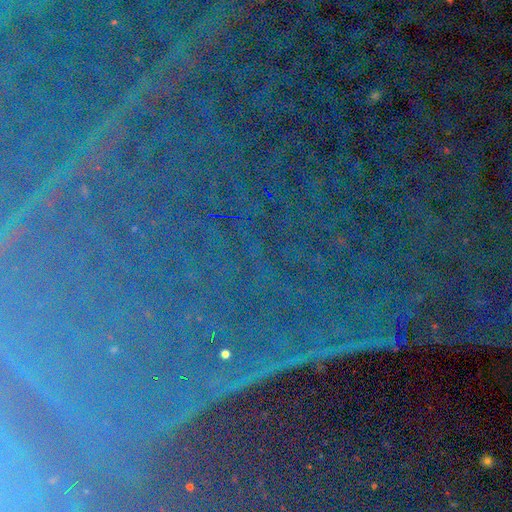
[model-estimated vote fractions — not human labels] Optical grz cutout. It shows a star or artifact, not a galaxy (88%).